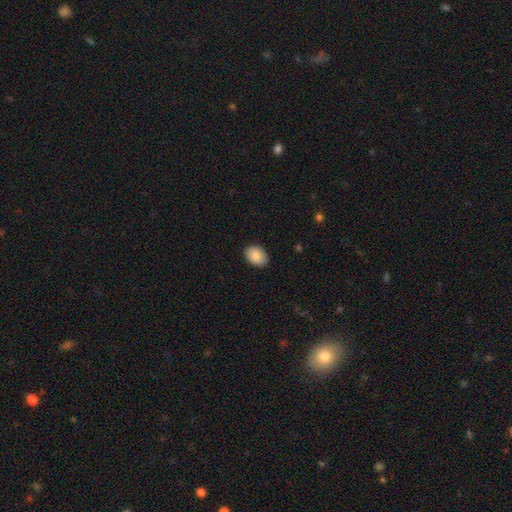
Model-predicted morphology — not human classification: The model was most divided on "how rounded": in between: 75%, round: 24%, cigar-shaped: 1%. More confident: smooth or featured — smooth (89%); merging — none (88%).